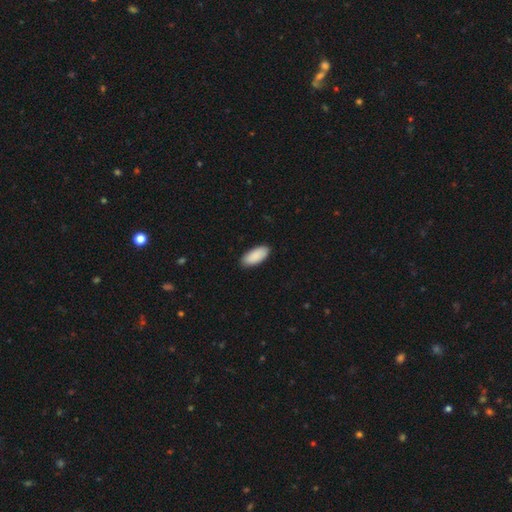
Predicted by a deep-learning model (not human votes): Smooth or featured? Predicted: smooth (p=0.92). How rounded? Predicted: in between (p=0.91). Merging? Predicted: none (p=0.89).